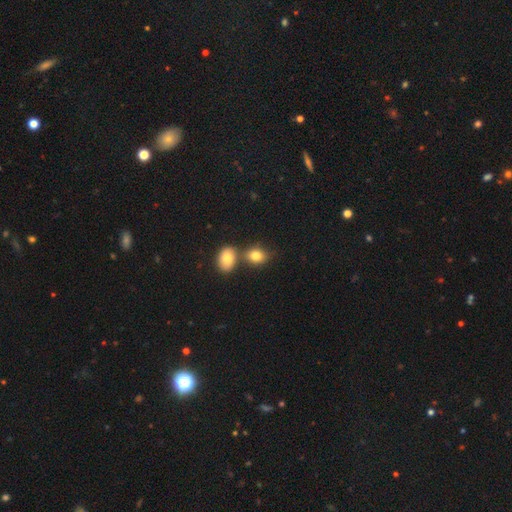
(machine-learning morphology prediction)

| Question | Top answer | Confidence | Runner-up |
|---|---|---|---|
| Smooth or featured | smooth | 81% | featured or disk (10%) |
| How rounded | in between | 62% | round (37%) |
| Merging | none | 52% | merger (34%) |